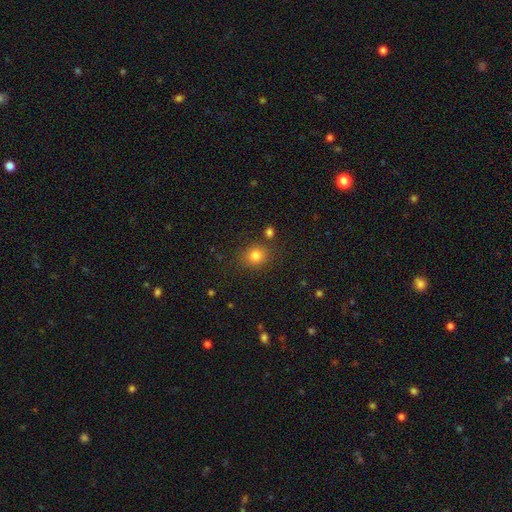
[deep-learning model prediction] Smooth or featured: smooth — 80% (star or artifact — 13%)
How rounded: round — 78% (in between — 21%)
Merging: none — 81% (minor disturbance — 11%)